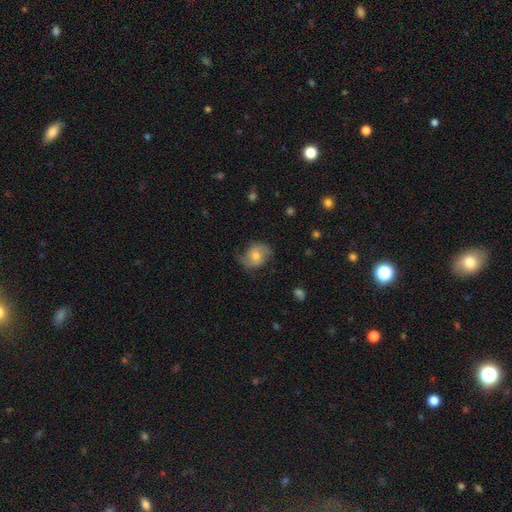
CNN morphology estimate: Q: Smooth or featured?
A: featured or disk (59%); runner-up: smooth (32%)
Q: Edge-on disk?
A: no (97%); runner-up: yes (3%)
Q: Bar?
A: no (67%); runner-up: weak (27%)
Q: Spiral arms?
A: yes (89%); runner-up: no (11%)
Q: Spiral winding?
A: medium (43%); runner-up: loose (36%)
Q: Spiral arm count?
A: 2 (82%); runner-up: can't tell (8%)
Q: Bulge size?
A: moderate (61%); runner-up: small (30%)
Q: Merging?
A: none (66%); runner-up: minor disturbance (22%)